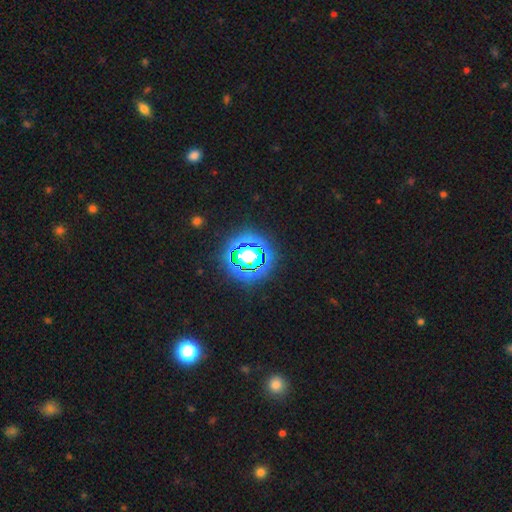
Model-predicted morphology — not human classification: This appears to be a star or artifact, not a galaxy (65%).